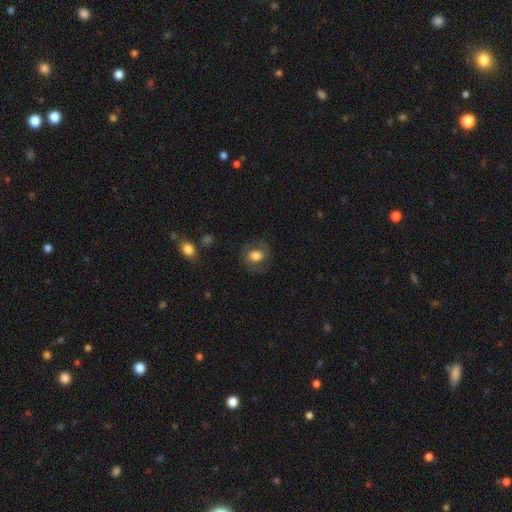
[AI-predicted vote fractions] Smooth or featured: smooth — 55% (featured or disk — 37%)
How rounded: round — 58% (in between — 41%)
Merging: none — 74% (minor disturbance — 15%)